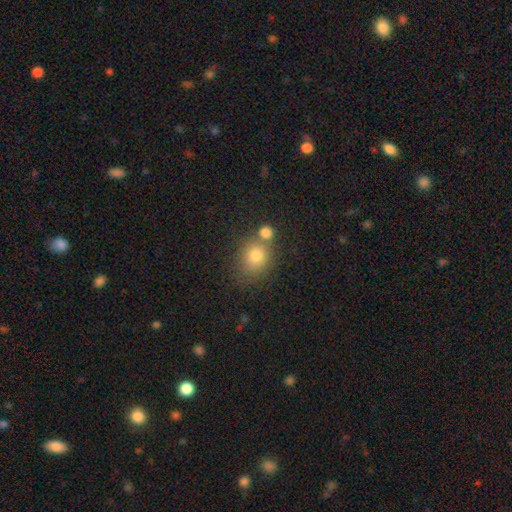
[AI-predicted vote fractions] smooth-or-featured: smooth: 78% | star or artifact: 12% | featured or disk: 10%
  how-rounded: round: 69% | in between: 30% | cigar-shaped: 1%
  merging: none: 55% | merger: 28% | minor disturbance: 12% | major disturbance: 5%